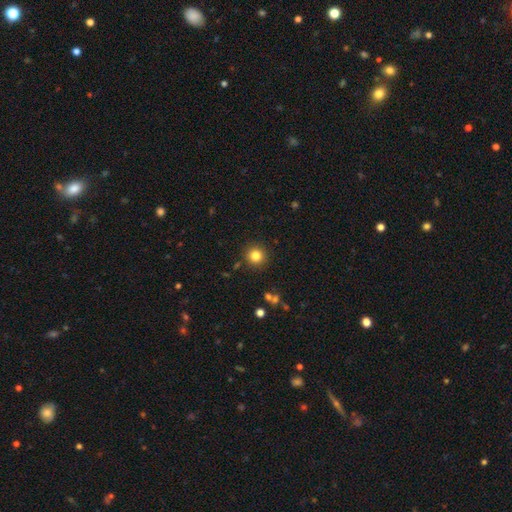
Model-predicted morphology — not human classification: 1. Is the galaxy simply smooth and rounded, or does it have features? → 82% smooth, 12% star or artifact, 7% featured or disk.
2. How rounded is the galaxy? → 94% round, 5% in between, 1% cigar-shaped.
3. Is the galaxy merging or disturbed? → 89% none, 6% minor disturbance, 2% major disturbance, 2% merger.